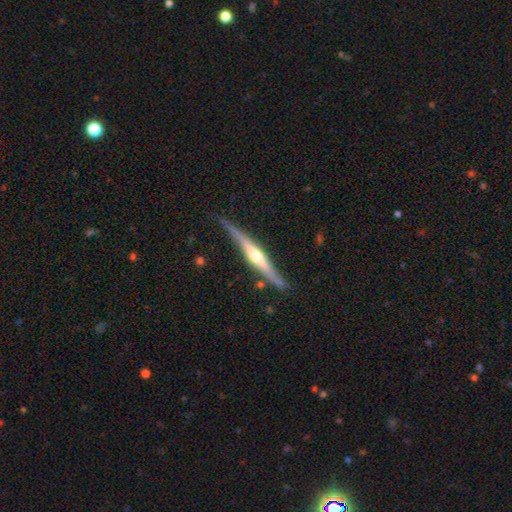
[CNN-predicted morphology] Smooth or featured?
  - featured or disk: 77% *
  - smooth: 18%
  - star or artifact: 5%
Edge-on disk?
  - yes: 98% *
  - no: 2%
Edge-on bulge?
  - rounded: 87% *
  - none: 7%
  - boxy: 6%
Merging?
  - none: 82% *
  - minor disturbance: 13%
  - merger: 2%
  - major disturbance: 2%